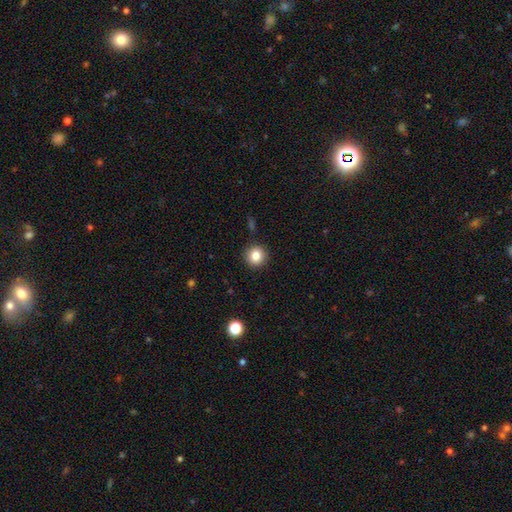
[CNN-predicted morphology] This appears to be a smooth galaxy with no disk features (83%) that is round (92%). Merging: none (91%).